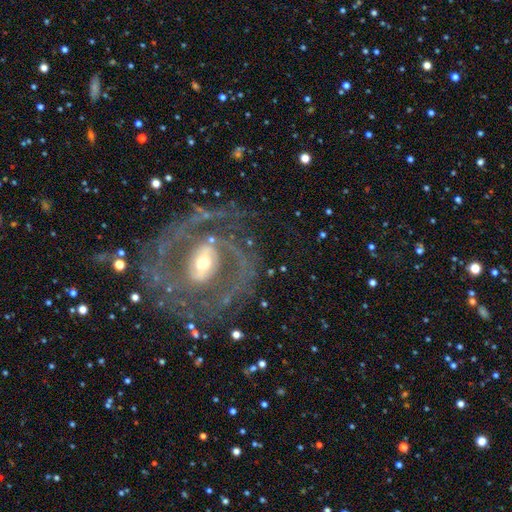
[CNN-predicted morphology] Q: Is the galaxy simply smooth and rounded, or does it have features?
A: featured or disk — 80%.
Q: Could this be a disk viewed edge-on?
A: no — 93%.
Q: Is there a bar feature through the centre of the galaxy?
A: strong — 42%.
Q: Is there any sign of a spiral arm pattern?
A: yes — 78%.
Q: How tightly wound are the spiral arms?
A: tight — 53%.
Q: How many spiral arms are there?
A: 2 — 62%.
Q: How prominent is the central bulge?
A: moderate — 51%.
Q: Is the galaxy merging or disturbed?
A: none — 76%.